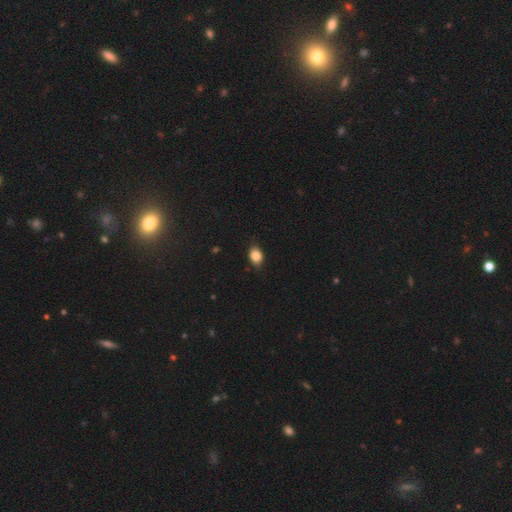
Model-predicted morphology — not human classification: This appears to be a smooth galaxy with no disk features (85%) that is in between round and cigar-shaped (69%). Merging: none (82%).